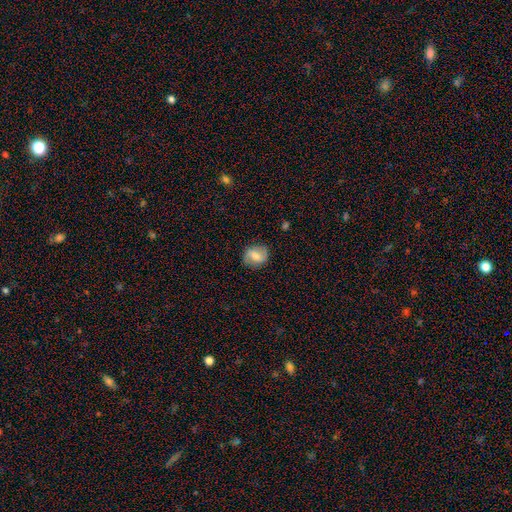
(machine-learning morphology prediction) type=featured or disk (53%); edge-on=no (97%); bar=weak (48%); spiral arms=yes (84%); bulge=moderate (52%); merging=none (82%).